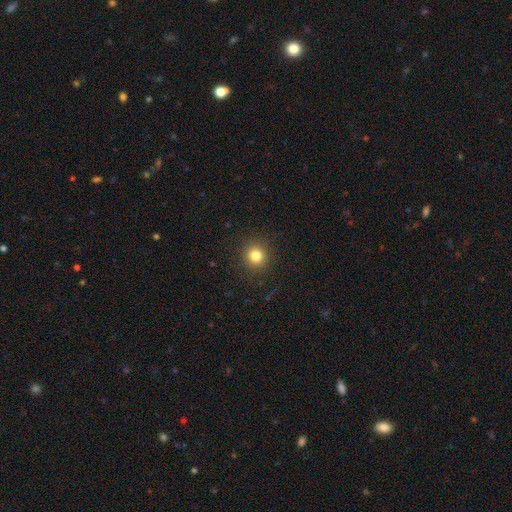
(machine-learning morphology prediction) Smooth or featured: smooth — 82% (star or artifact — 13%)
How rounded: round — 92% (in between — 7%)
Merging: none — 91% (minor disturbance — 6%)